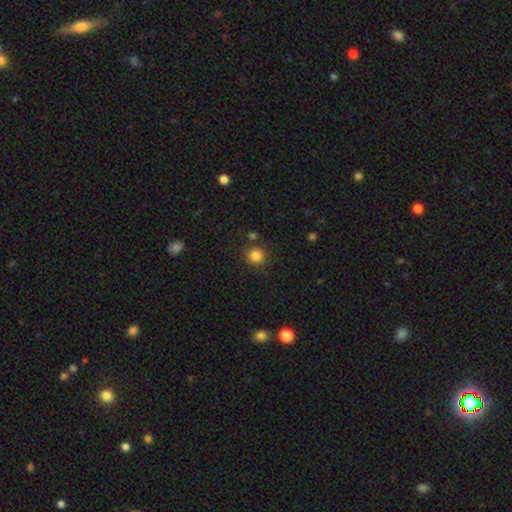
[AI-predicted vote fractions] Q: Smooth or featured?
A: smooth (84%); runner-up: star or artifact (12%)
Q: How rounded?
A: round (92%); runner-up: in between (7%)
Q: Merging?
A: none (84%); runner-up: minor disturbance (8%)